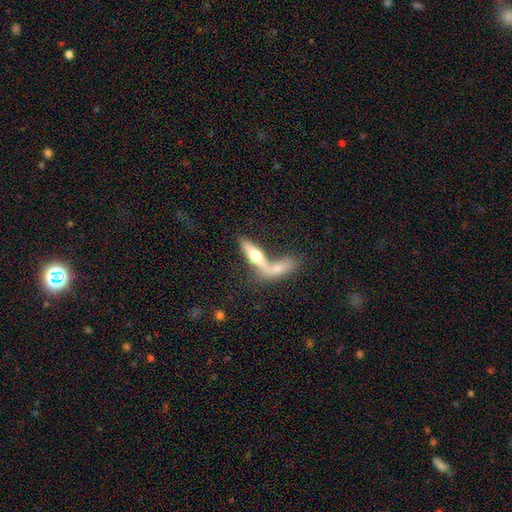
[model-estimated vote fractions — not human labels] Smooth or featured: smooth — 47% (tied with featured or disk — 47%)
Merging: merger — 55% (none — 32%)